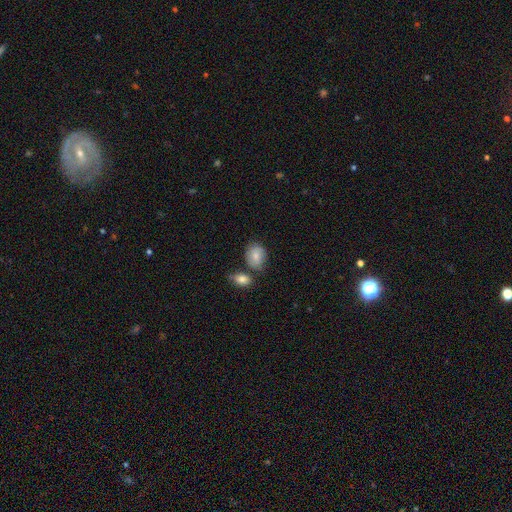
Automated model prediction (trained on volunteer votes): smooth-or-featured: smooth: 80% | featured or disk: 12% | star or artifact: 8%
  how-rounded: in between: 61% | round: 38% | cigar-shaped: 1%
  merging: none: 60% | minor disturbance: 18% | merger: 17% | major disturbance: 4%